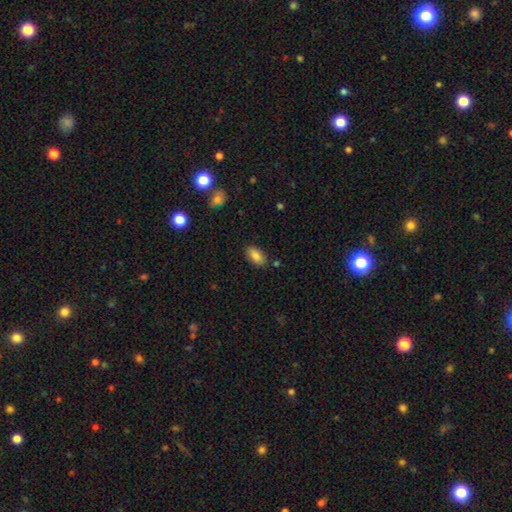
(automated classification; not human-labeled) Smooth or featured? smooth (85%)
How rounded? in between (93%)
Merging? none (84%)